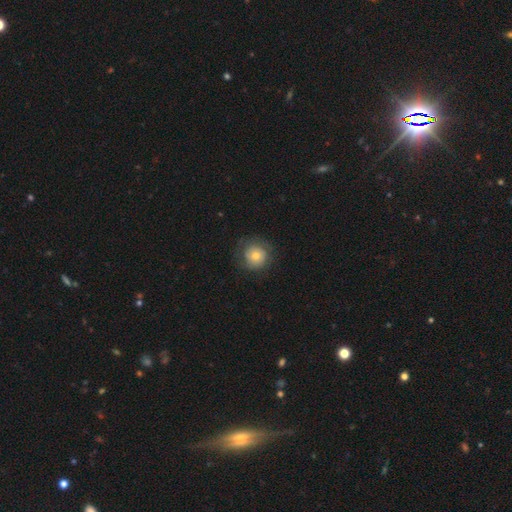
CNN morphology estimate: smooth-or-featured: smooth: 66% | featured or disk: 25% | star or artifact: 9%
  how-rounded: round: 92% | in between: 7% | cigar-shaped: 1%
  merging: none: 75% | minor disturbance: 15% | major disturbance: 8% | merger: 1%